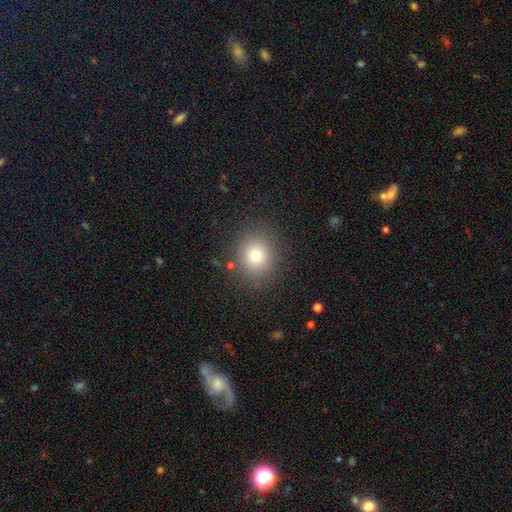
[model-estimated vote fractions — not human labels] Q: Smooth or featured?
A: smooth (75%); runner-up: star or artifact (15%)
Q: How rounded?
A: round (84%); runner-up: in between (15%)
Q: Merging?
A: none (86%); runner-up: minor disturbance (8%)